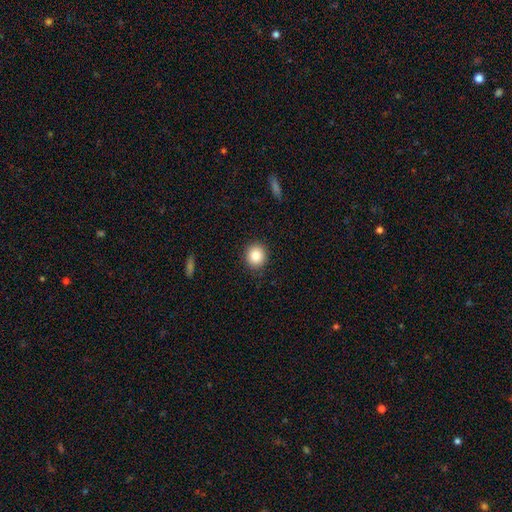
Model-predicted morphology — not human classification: Smooth or featured: smooth — 85% (star or artifact — 9%)
How rounded: round — 84% (in between — 15%)
Merging: none — 89% (minor disturbance — 8%)